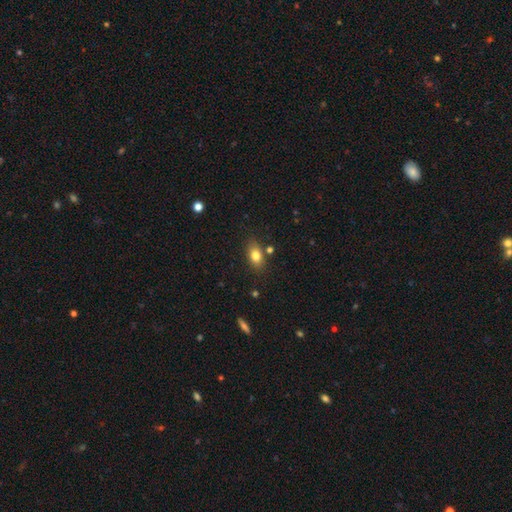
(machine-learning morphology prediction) Q: Smooth or featured?
A: smooth (80%); runner-up: star or artifact (10%)
Q: How rounded?
A: in between (80%); runner-up: round (16%)
Q: Merging?
A: none (78%); runner-up: minor disturbance (13%)